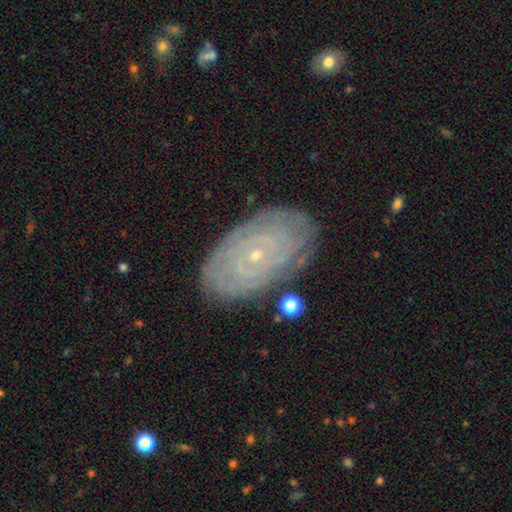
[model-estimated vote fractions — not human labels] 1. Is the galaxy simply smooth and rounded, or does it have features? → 79% featured or disk, 13% smooth, 8% star or artifact.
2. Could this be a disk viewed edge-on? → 95% no, 5% yes.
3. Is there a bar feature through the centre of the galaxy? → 80% no, 15% weak, 5% strong.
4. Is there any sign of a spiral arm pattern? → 88% yes, 12% no.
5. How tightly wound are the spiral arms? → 86% tight, 11% medium, 3% loose.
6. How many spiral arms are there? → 47% can't tell, 15% 2, 12% 4, 10% 3, 10% more than 4, 6% 1.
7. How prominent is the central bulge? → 88% small, 8% moderate, 1% none, 1% large, 1% dominant.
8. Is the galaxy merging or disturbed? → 83% none, 12% minor disturbance, 3% major disturbance, 2% merger.